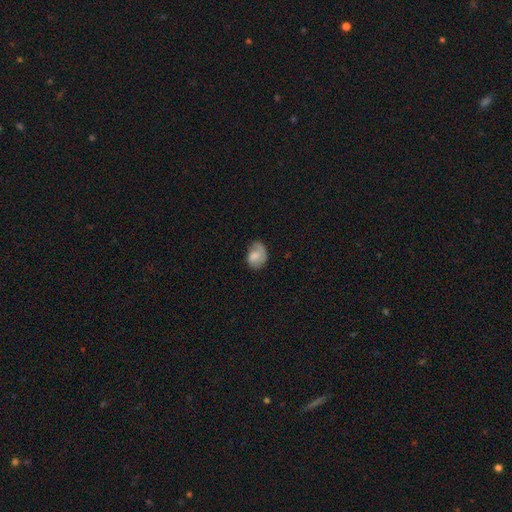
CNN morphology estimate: Q: Smooth or featured?
A: smooth (67%); runner-up: featured or disk (25%)
Q: How rounded?
A: in between (67%); runner-up: round (32%)
Q: Merging?
A: none (50%); runner-up: minor disturbance (34%)